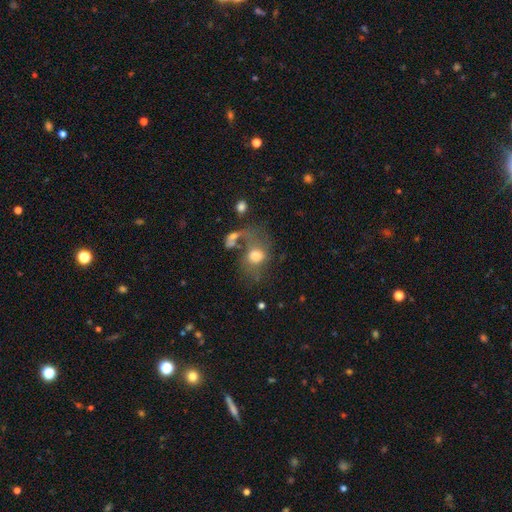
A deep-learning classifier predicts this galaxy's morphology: Overall: smooth (57%; featured or disk 33%). How rounded: round (50%; in between 49%). Merging: major disturbance (39%; none 25%).